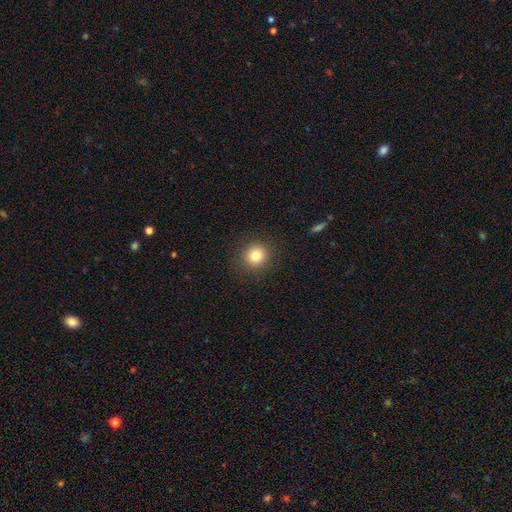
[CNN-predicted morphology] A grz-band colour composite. It shows a smooth galaxy with no disk features (81%) that is round (91%). Merging: none (90%).